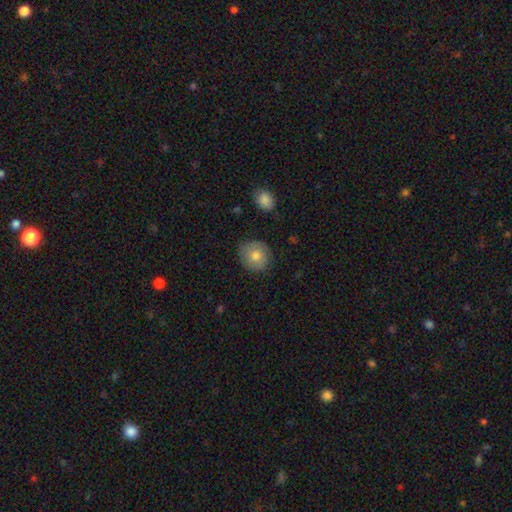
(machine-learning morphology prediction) Smooth or featured? Predicted: smooth (p=0.71). How rounded? Predicted: round (p=0.84). Merging? Predicted: none (p=0.82).